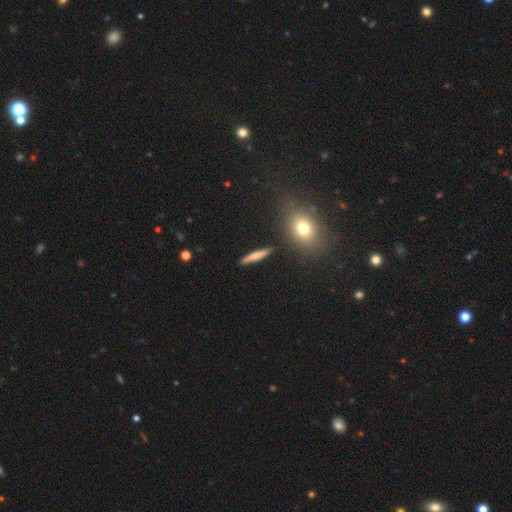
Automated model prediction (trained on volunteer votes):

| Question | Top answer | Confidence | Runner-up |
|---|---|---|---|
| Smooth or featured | smooth | 60% | featured or disk (33%) |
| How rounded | cigar-shaped | 87% | in between (9%) |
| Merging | none | 89% | minor disturbance (7%) |